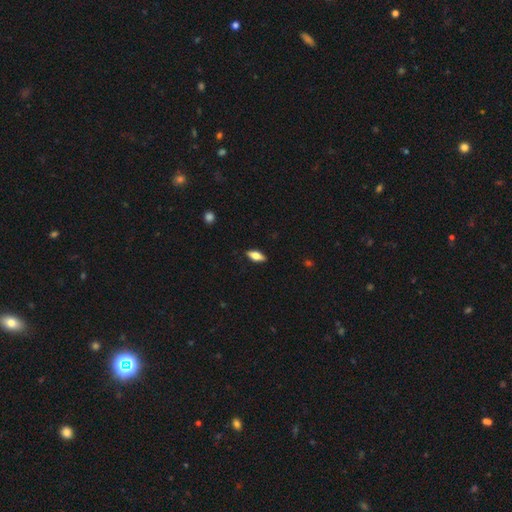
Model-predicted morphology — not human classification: A smooth galaxy with no disk features (66%) that is in between round and cigar-shaped (76%).

Vote fractions:
- Smooth or featured? smooth: 66% / featured or disk: 27% / star or artifact: 7%
- How rounded? in between: 76% / cigar-shaped: 21% / round: 3%
- Merging? none: 88% / minor disturbance: 9% / major disturbance: 2% / merger: 1%